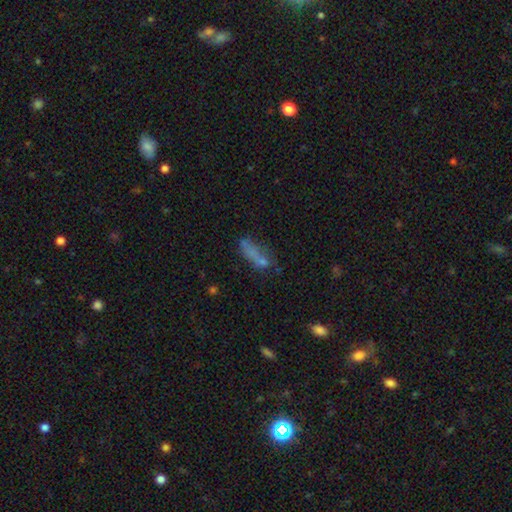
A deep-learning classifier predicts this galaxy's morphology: type=smooth (61%); roundness=cigar-shaped (50%); merging=none (44%).